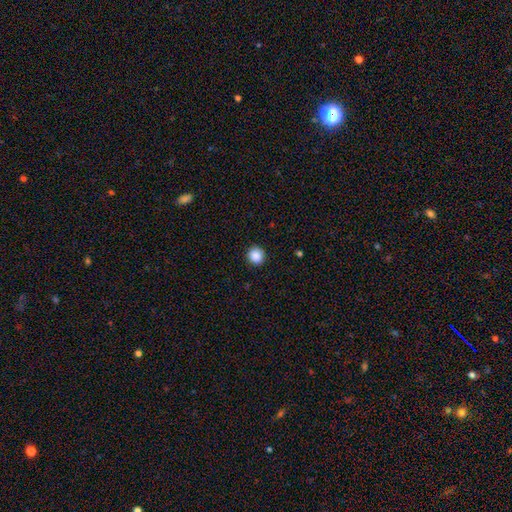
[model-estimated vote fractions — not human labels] A smooth galaxy with no disk features (88%) that is round (93%).

Vote fractions:
- Smooth or featured? smooth: 88% / star or artifact: 9% / featured or disk: 3%
- How rounded? round: 93% / in between: 6% / cigar-shaped: 1%
- Merging? none: 92% / minor disturbance: 6% / major disturbance: 2% / merger: 1%